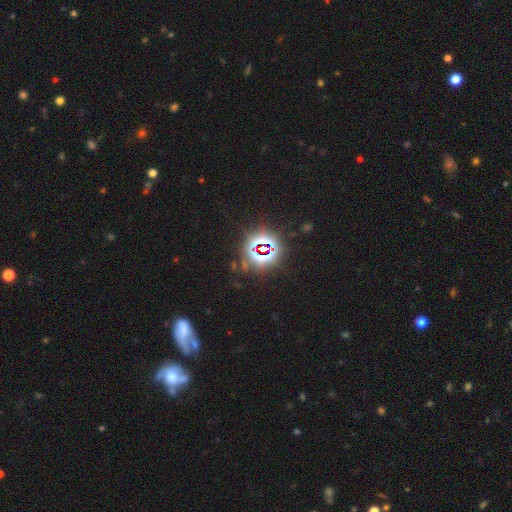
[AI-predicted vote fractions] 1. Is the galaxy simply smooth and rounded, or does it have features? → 81% star or artifact, 11% smooth, 8% featured or disk.